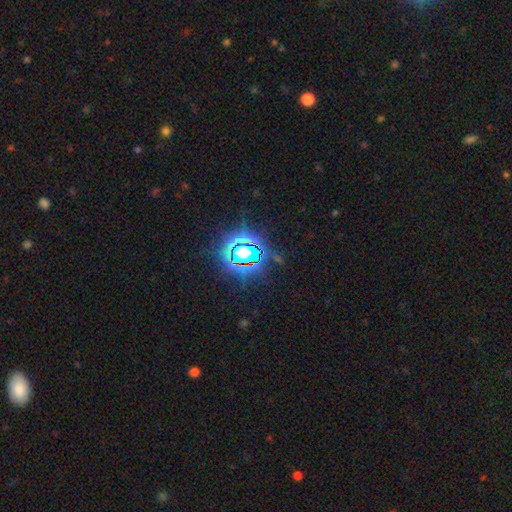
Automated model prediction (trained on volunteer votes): smooth_or_featured: star or artifact (p=0.84) [alt: smooth p=0.10]